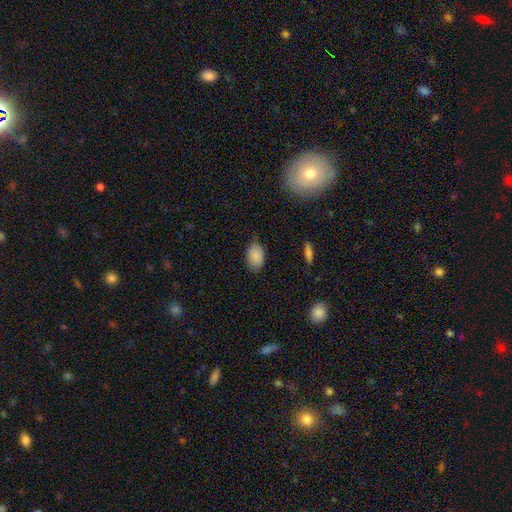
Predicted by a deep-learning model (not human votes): Morphology: type=smooth (87%); roundness=in between (88%); merging=none (76%).